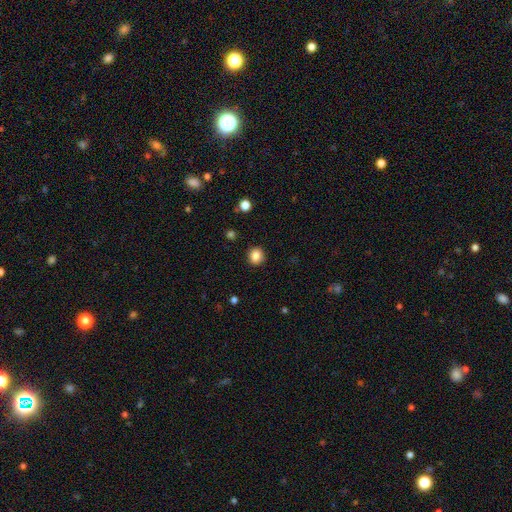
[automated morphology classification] Q: Smooth or featured?
A: smooth (85%); runner-up: star or artifact (10%)
Q: How rounded?
A: round (84%); runner-up: in between (15%)
Q: Merging?
A: none (90%); runner-up: minor disturbance (7%)